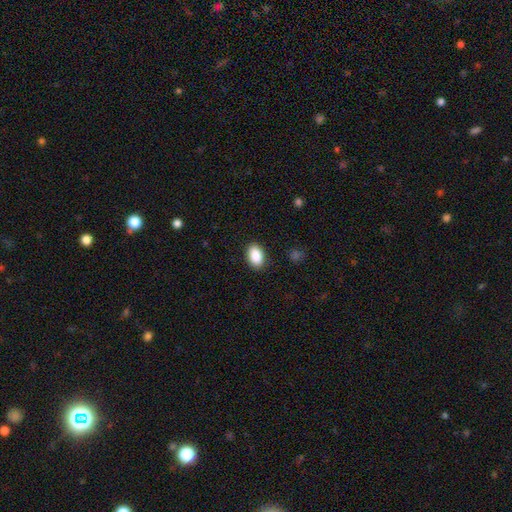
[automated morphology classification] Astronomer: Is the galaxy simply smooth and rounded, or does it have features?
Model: smooth — 90%.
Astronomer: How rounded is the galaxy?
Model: in between — 90%.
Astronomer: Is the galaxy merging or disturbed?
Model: none — 89%.